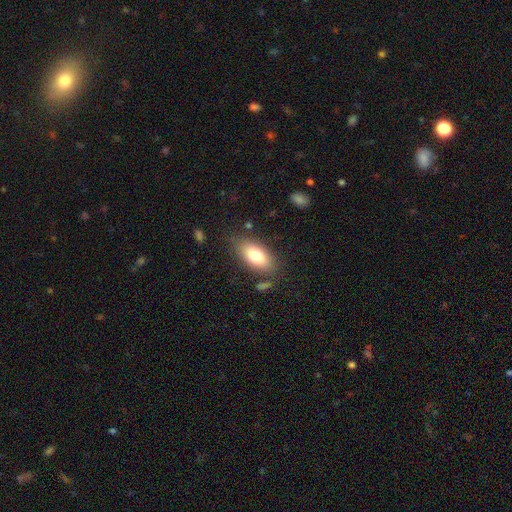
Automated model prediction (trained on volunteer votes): Morphology: type=smooth (78%); roundness=in between (89%); merging=none (79%).